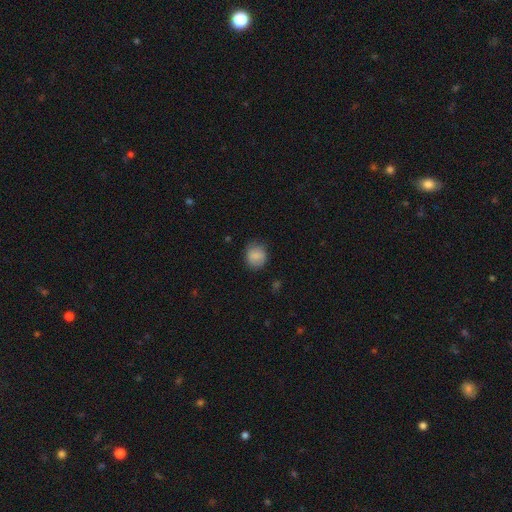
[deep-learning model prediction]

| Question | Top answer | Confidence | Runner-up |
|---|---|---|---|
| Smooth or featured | smooth | 86% | star or artifact (8%) |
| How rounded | round | 76% | in between (23%) |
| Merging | none | 79% | minor disturbance (16%) |